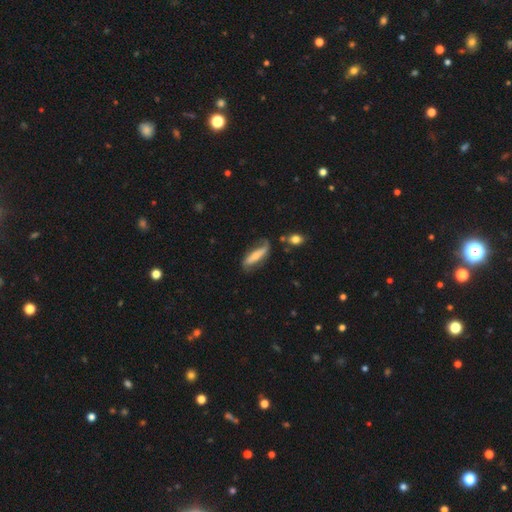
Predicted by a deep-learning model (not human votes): Smooth or featured?
  - featured or disk: 53% *
  - smooth: 41%
  - star or artifact: 6%
Edge-on disk?
  - no: 60% *
  - yes: 40%
Merging?
  - none: 57% *
  - minor disturbance: 27%
  - major disturbance: 12%
  - merger: 4%